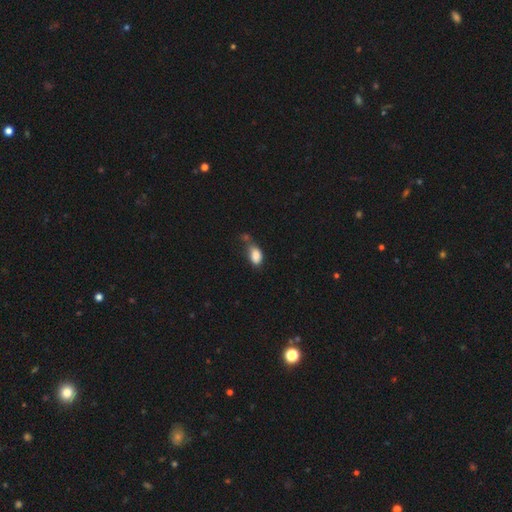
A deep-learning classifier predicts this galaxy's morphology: Q: Smooth or featured?
A: smooth (85%); runner-up: star or artifact (9%)
Q: How rounded?
A: in between (88%); runner-up: round (9%)
Q: Merging?
A: none (40%); runner-up: minor disturbance (29%)